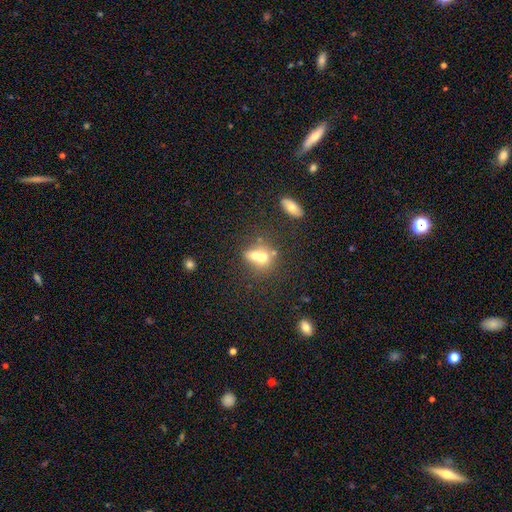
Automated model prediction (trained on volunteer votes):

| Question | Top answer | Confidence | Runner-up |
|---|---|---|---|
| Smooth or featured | smooth | 61% | featured or disk (25%) |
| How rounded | round | 64% | in between (35%) |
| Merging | merger | 58% | none (29%) |